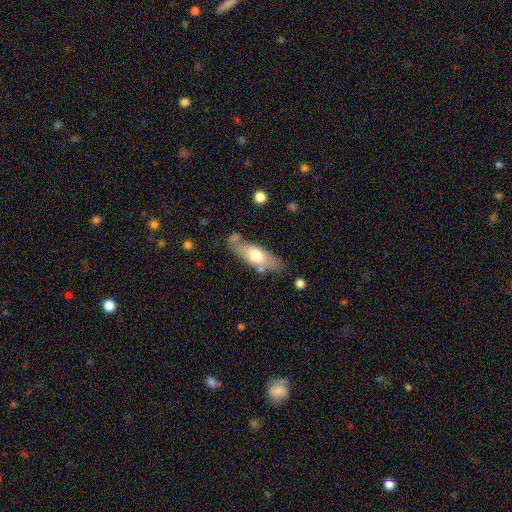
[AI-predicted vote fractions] The model was most divided on "smooth or featured": smooth: 60%, featured or disk: 34%, star or artifact: 6%. More confident: merging — none (68%); how rounded — in between (64%).